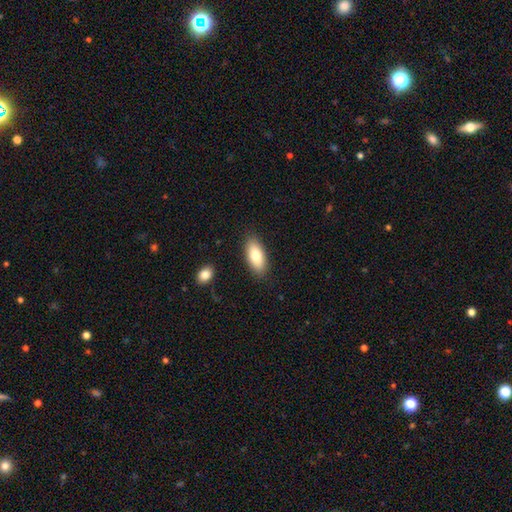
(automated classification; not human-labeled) A smooth galaxy with no disk features (78%) that is in between round and cigar-shaped (86%). Merging: none (87%).